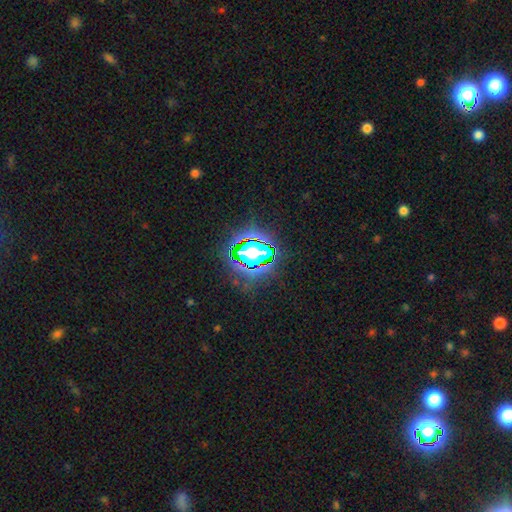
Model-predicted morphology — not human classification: smooth_or_featured: star or artifact (p=0.80) [alt: smooth p=0.12]